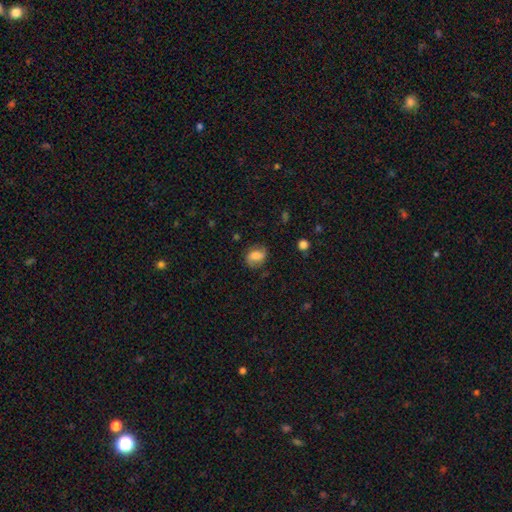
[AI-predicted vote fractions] Q: Smooth or featured?
A: smooth (61%); runner-up: featured or disk (30%)
Q: How rounded?
A: in between (64%); runner-up: round (34%)
Q: Merging?
A: none (72%); runner-up: minor disturbance (19%)